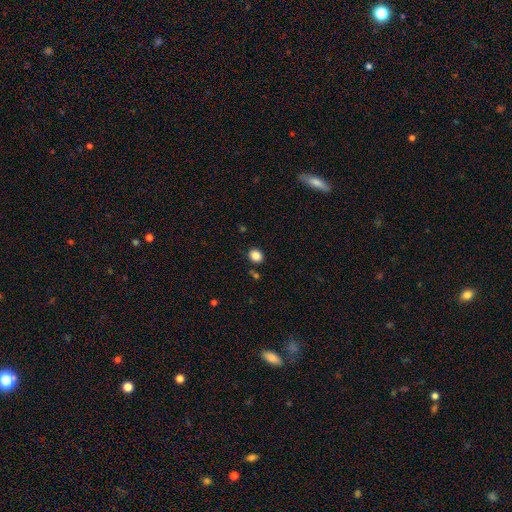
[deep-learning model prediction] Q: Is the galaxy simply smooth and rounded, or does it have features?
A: smooth — 86%.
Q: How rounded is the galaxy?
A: round — 63%.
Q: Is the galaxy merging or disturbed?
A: none — 86%.